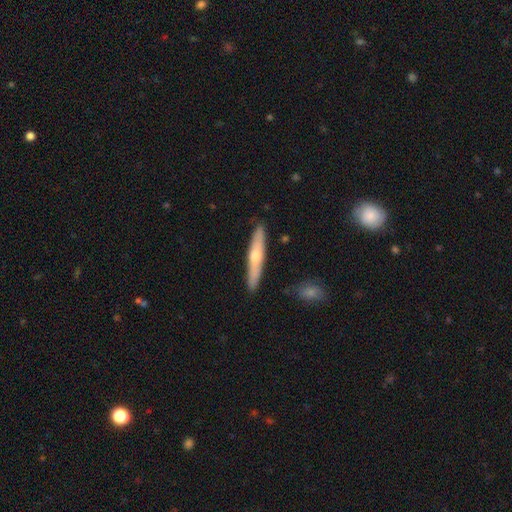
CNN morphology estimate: A featured or disk galaxy (49%). Merging: none (89%).